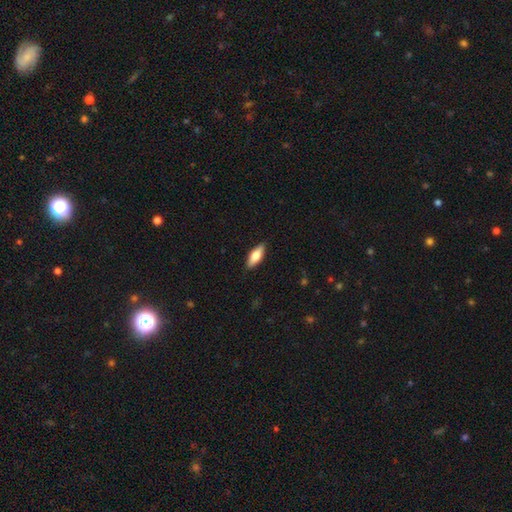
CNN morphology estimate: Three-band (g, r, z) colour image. It shows a smooth galaxy with no disk features (70%) that is in between round and cigar-shaped (65%). Merging: none (88%).